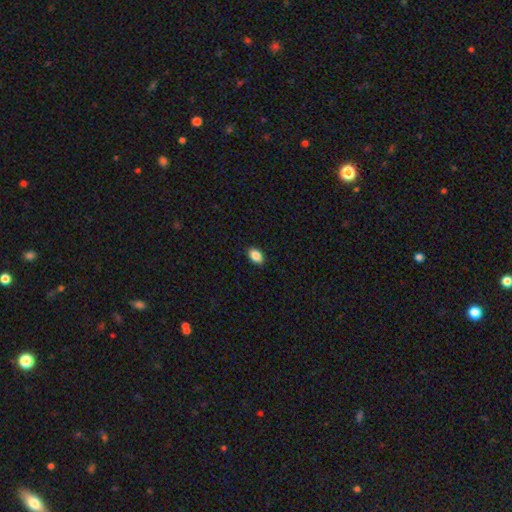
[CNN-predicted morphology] This appears to be a smooth galaxy with no disk features (88%) that is in between round and cigar-shaped (88%). Merging: none (89%).